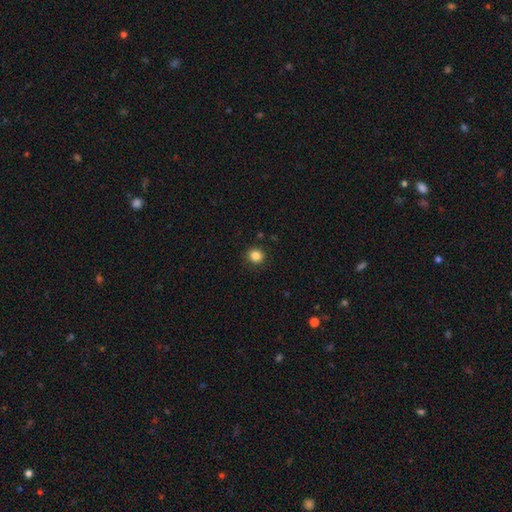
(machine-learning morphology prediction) A smooth galaxy with no disk features (85%) that is round (84%). Merging: none (90%).